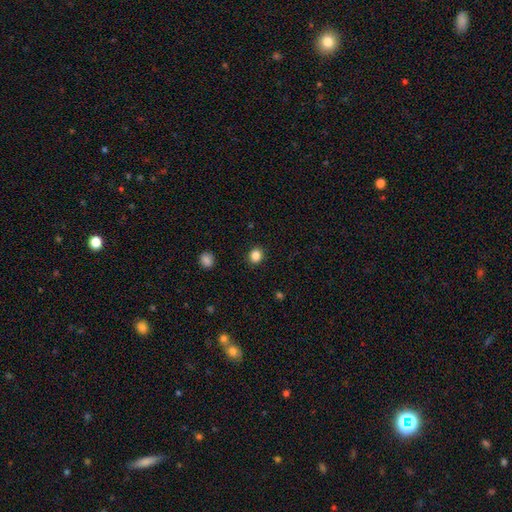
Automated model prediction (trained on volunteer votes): This appears to be a smooth galaxy with no disk features (85%) that is round (75%). Merging: none (90%).